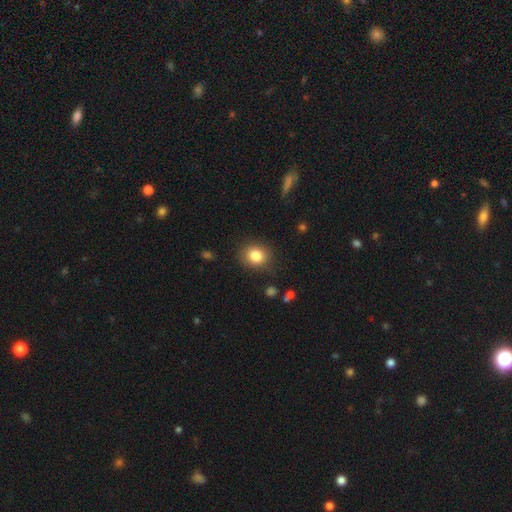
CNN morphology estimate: The model was most divided on "how rounded": round: 70%, in between: 29%, cigar-shaped: 1%. More confident: merging — none (85%); smooth or featured — smooth (83%).